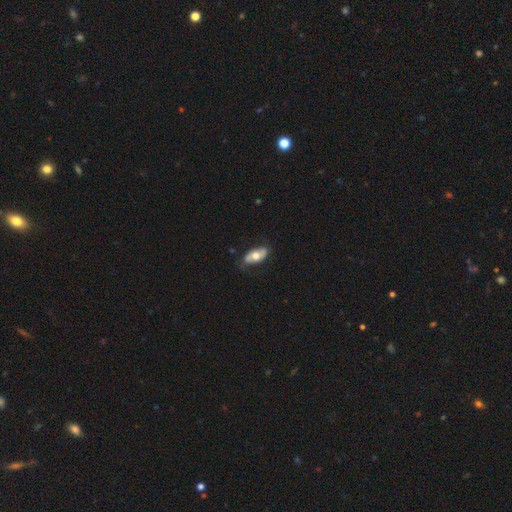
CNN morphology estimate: smooth_or_featured: smooth (p=0.52) [alt: featured or disk p=0.42]
how_rounded: in between (p=0.89) [alt: cigar-shaped p=0.07]
merging: none (p=0.77) [alt: minor disturbance p=0.18]